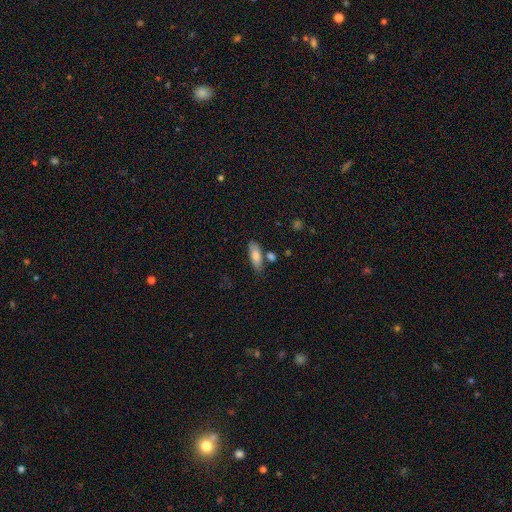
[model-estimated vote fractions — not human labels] smooth-or-featured: smooth: 79% | featured or disk: 15% | star or artifact: 7%
  how-rounded: in between: 71% | cigar-shaped: 27% | round: 3%
  merging: none: 69% | minor disturbance: 16% | merger: 10% | major disturbance: 4%